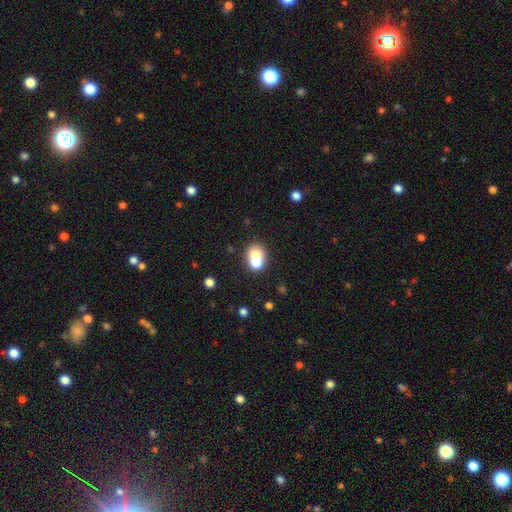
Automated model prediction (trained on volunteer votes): Overall: smooth (70%). How rounded: round (64%; in between 35%). Merging: merger (55%; none 34%).